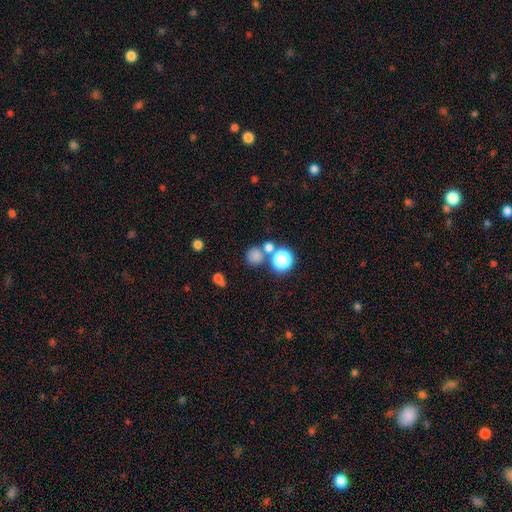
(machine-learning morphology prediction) This is likely a smooth galaxy (74%). How rounded: clearly round (87%). Merging: likely none (63%).